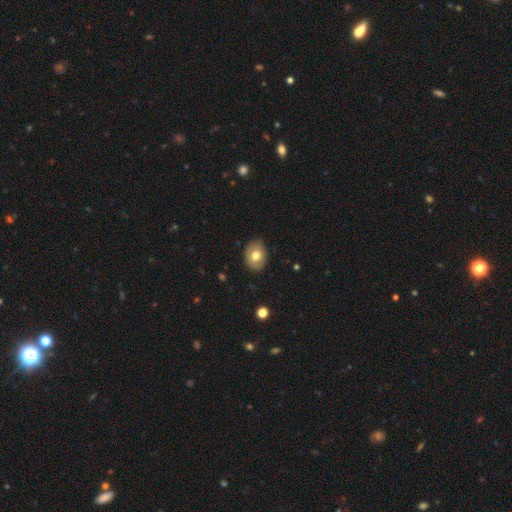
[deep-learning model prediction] Q: Smooth or featured?
A: smooth (73%); runner-up: featured or disk (19%)
Q: How rounded?
A: in between (67%); runner-up: round (32%)
Q: Merging?
A: none (87%); runner-up: minor disturbance (10%)